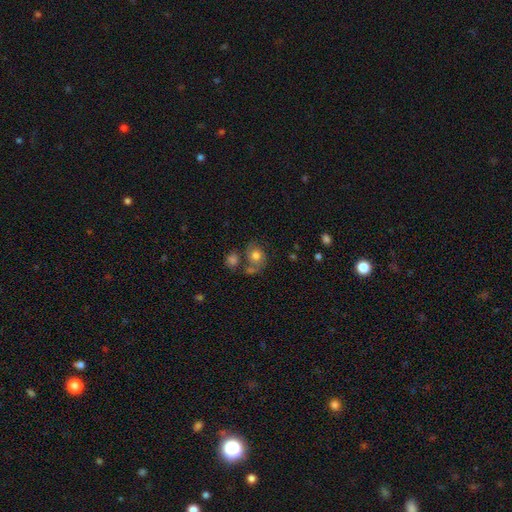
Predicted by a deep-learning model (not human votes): smooth 59%, featured or disk 31%, star or artifact 10%. Down the decision tree: how rounded — round (61%); merging — none (47%).